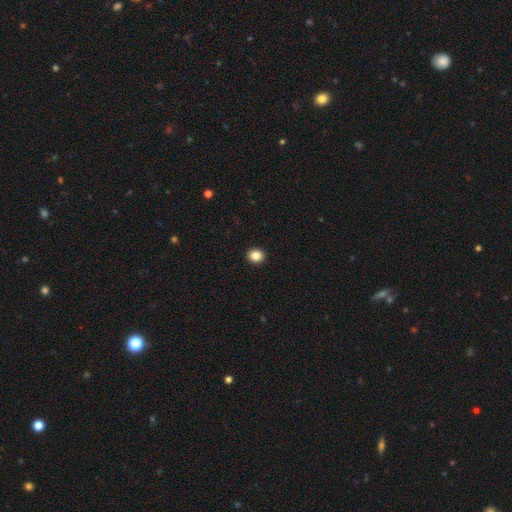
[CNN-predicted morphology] smooth-or-featured: smooth: 86% | star or artifact: 10% | featured or disk: 4%
  how-rounded: round: 77% | in between: 22% | cigar-shaped: 1%
  merging: none: 93% | minor disturbance: 4% | major disturbance: 1% | merger: 1%